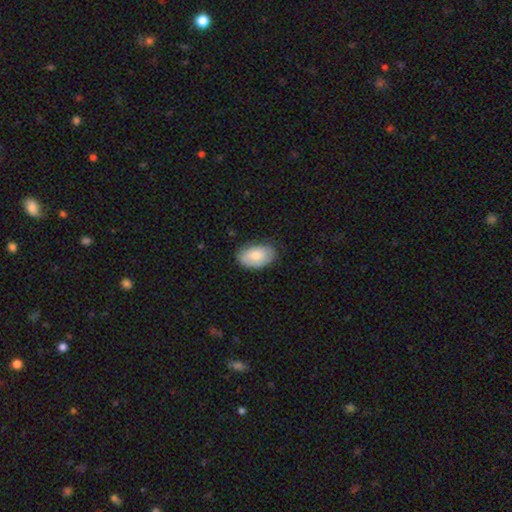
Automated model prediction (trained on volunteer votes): Smooth or featured? smooth (81%)
How rounded? in between (93%)
Merging? none (77%)